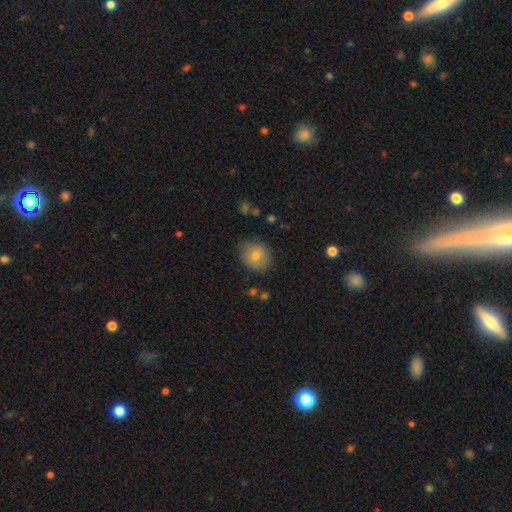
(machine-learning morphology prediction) Smooth or featured? smooth (75%)
How rounded? round (75%)
Merging? none (82%)